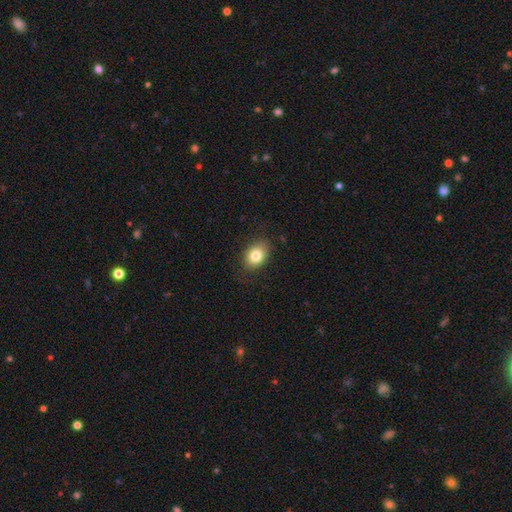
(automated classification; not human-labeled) Q: Smooth or featured?
A: smooth (81%); runner-up: featured or disk (10%)
Q: How rounded?
A: in between (70%); runner-up: round (29%)
Q: Merging?
A: none (82%); runner-up: minor disturbance (13%)